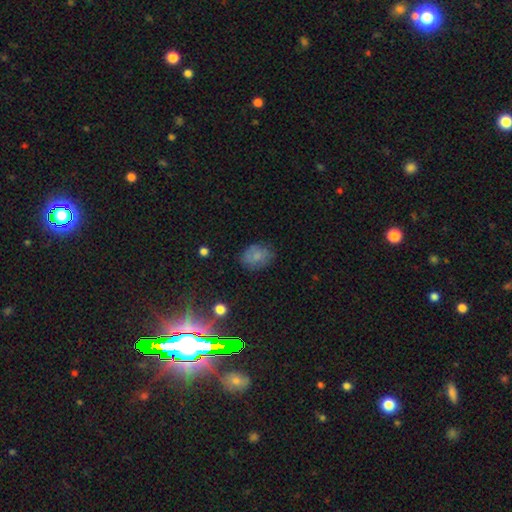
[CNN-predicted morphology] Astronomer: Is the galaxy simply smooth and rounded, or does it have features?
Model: smooth — 71%.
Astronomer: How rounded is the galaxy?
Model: in between — 61% (runner-up: round, 38%).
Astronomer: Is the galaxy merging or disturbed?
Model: none — 70%.